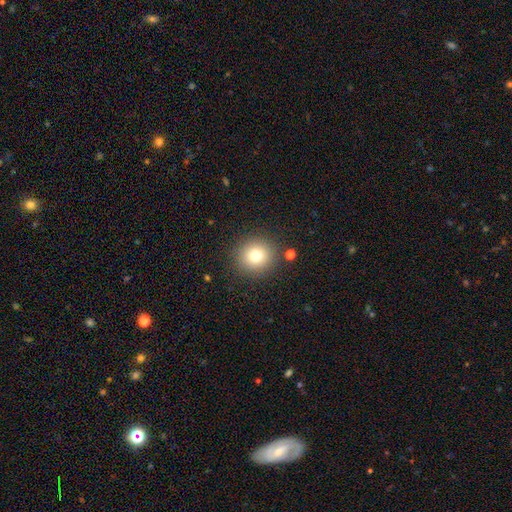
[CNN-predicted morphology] Smooth or featured? Predicted: smooth (p=0.76). How rounded? Predicted: round (p=0.91). Merging? Predicted: none (p=0.88).